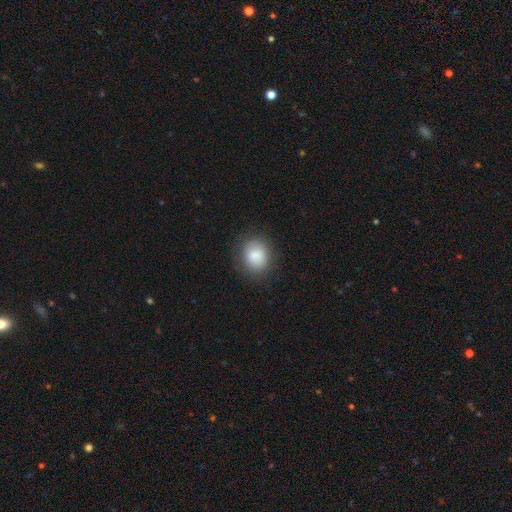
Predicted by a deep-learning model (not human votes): This is clearly a smooth galaxy (85%). How rounded: likely round (65%). Merging: clearly none (84%).